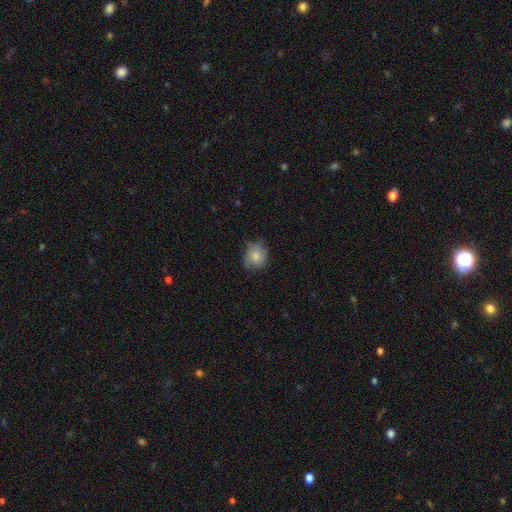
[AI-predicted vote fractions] smooth 73%, featured or disk 19%, star or artifact 8%. Down the decision tree: how rounded — round (67%); merging — none (60%).